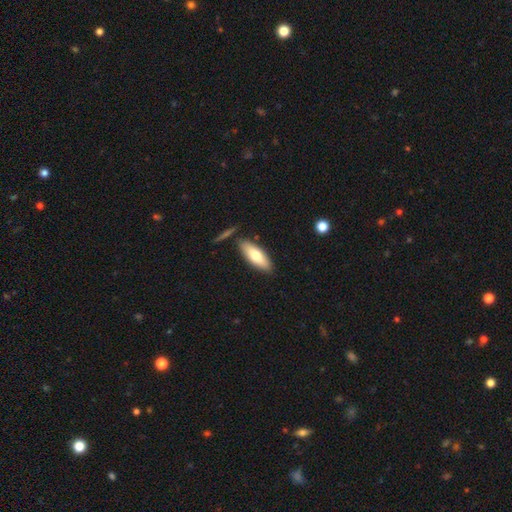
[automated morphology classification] smooth_or_featured: smooth (p=0.71) [alt: featured or disk p=0.24]
how_rounded: in between (p=0.66) [alt: cigar-shaped p=0.32]
merging: none (p=0.82) [alt: minor disturbance p=0.11]